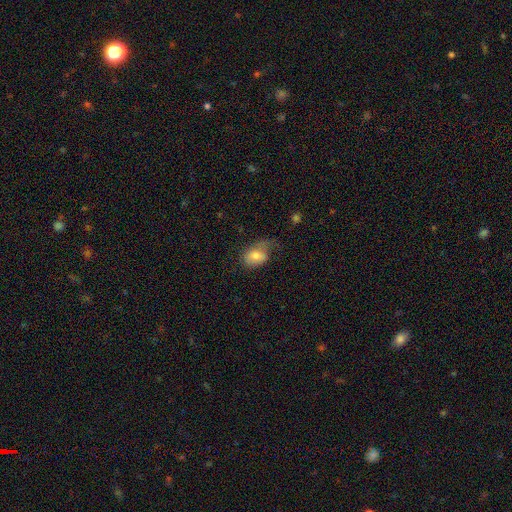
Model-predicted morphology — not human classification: Smooth or featured? smooth (71%)
How rounded? in between (84%)
Merging? major disturbance (39%)